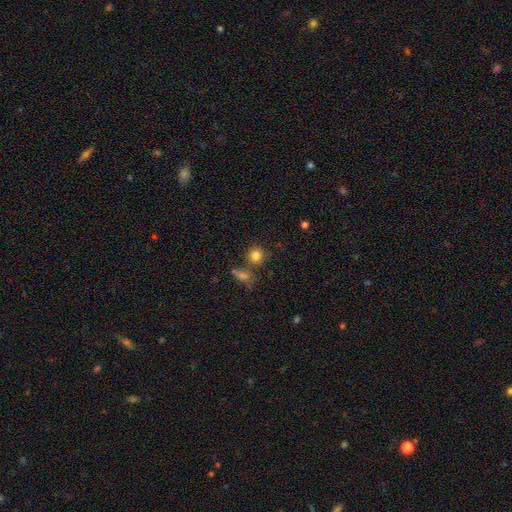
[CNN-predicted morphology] A smooth galaxy with no disk features (81%) that is round (90%).

Vote fractions:
- Smooth or featured? smooth: 81% / star or artifact: 12% / featured or disk: 7%
- How rounded? round: 90% / in between: 9% / cigar-shaped: 1%
- Merging? none: 71% / merger: 16% / minor disturbance: 10% / major disturbance: 4%